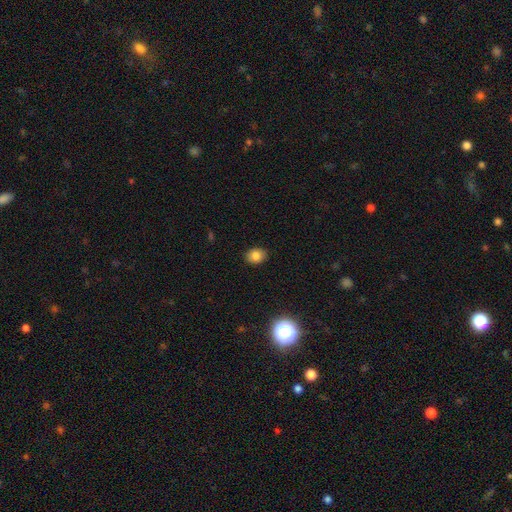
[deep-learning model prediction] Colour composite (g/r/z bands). It shows a smooth galaxy with no disk features (83%) that is in between round and cigar-shaped (55%). Merging: none (88%).